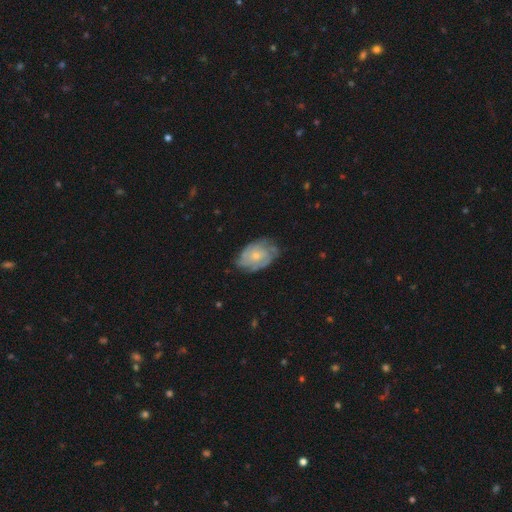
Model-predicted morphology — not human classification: Smooth or featured? Predicted: featured or disk (p=0.70). Edge-on disk? Predicted: no (p=0.97). Bar? Predicted: no (p=0.79). Spiral arms? Predicted: yes (p=0.85). Spiral winding? Predicted: tight (p=0.59). Spiral arm count? Predicted: can't tell (p=0.45). Bulge size? Predicted: small (p=0.64). Merging? Predicted: none (p=0.66).